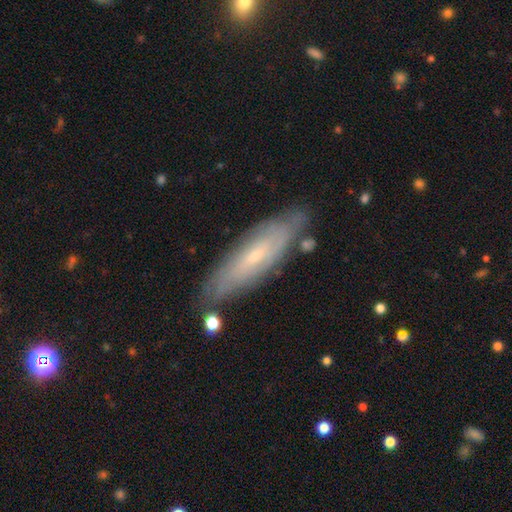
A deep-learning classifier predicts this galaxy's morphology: Smooth or featured? Predicted: featured or disk (p=0.59). Edge-on disk? Predicted: no (p=0.64). Merging? Predicted: none (p=0.80).